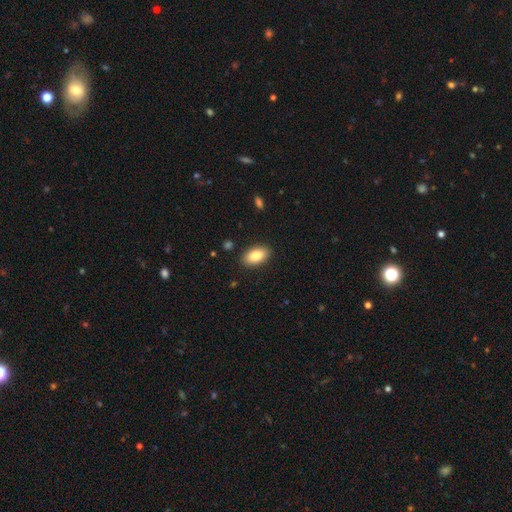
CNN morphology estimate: Smooth or featured? smooth (84%)
How rounded? in between (93%)
Merging? none (88%)